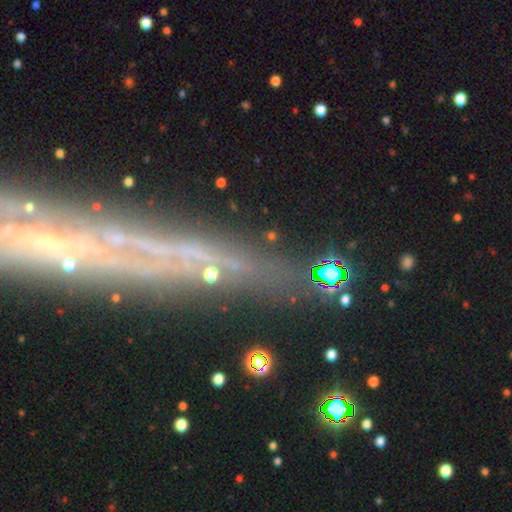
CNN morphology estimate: Smooth or featured? featured or disk (51%)
Edge-on disk? yes (75%)
Merging? none (81%)